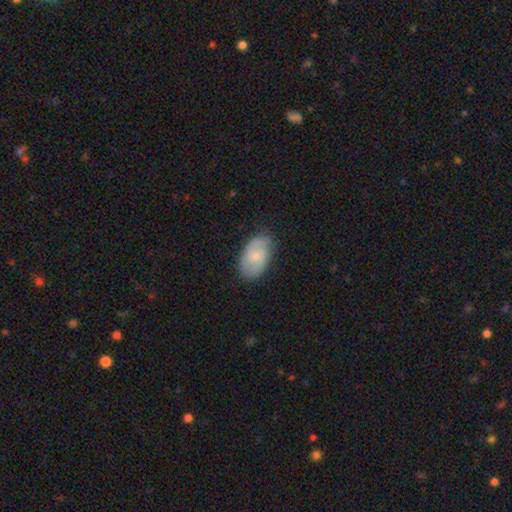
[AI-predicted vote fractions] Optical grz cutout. It shows a smooth galaxy with no disk features (51%) that is in between round and cigar-shaped (91%). Merging: none (75%).